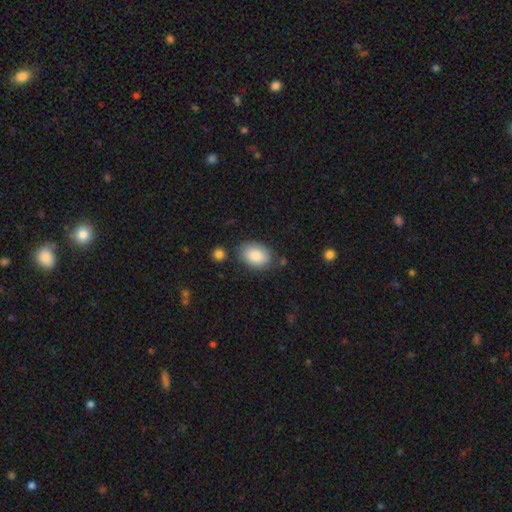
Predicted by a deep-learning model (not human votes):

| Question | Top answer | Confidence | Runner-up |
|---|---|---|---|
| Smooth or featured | smooth | 88% | star or artifact (6%) |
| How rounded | in between | 85% | round (14%) |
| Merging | none | 76% | minor disturbance (15%) |